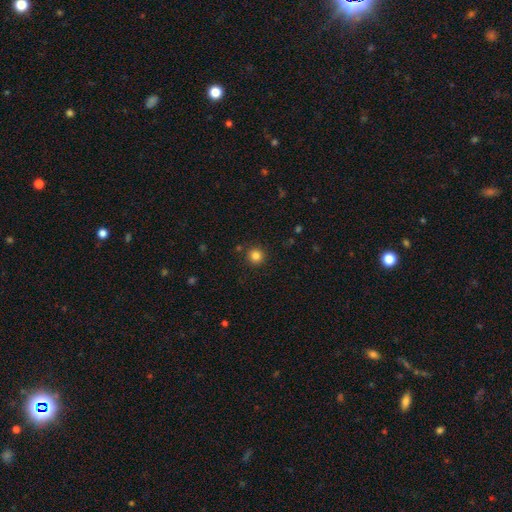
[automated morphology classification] smooth-or-featured: smooth: 83% | star or artifact: 12% | featured or disk: 5%
  how-rounded: round: 95% | in between: 4% | cigar-shaped: 1%
  merging: none: 89% | minor disturbance: 6% | merger: 2% | major disturbance: 2%